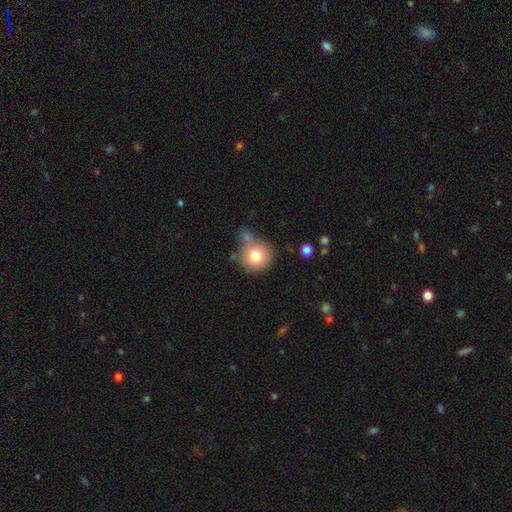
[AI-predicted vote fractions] Smooth or featured?
  - smooth: 76% *
  - featured or disk: 14%
  - star or artifact: 11%
How rounded?
  - round: 90% *
  - in between: 9%
  - cigar-shaped: 1%
Merging?
  - none: 55% *
  - merger: 19%
  - minor disturbance: 18%
  - major disturbance: 7%